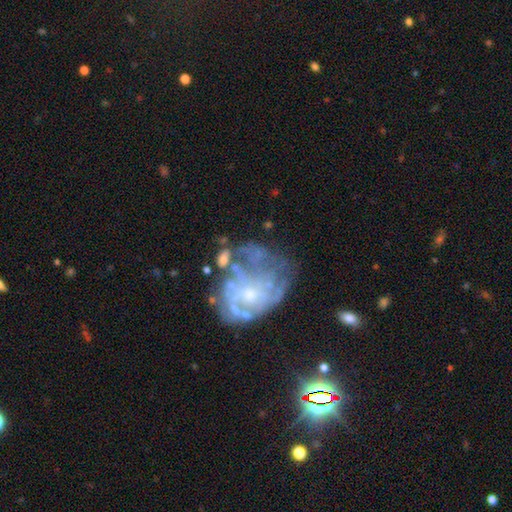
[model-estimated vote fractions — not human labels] The model was most divided on "spiral arms": no: 51%, yes: 49%. Remaining: edge-on disk — no (98%); bar — no (83%); smooth or featured — featured or disk (74%); bulge size — small (59%); merging — none (37%).